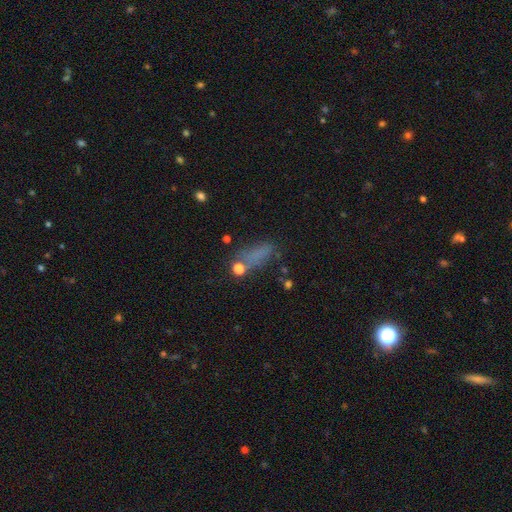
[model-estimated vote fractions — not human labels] Smooth or featured? Predicted: smooth (p=0.60). How rounded? Predicted: in between (p=0.56). Merging? Predicted: none (p=0.54).